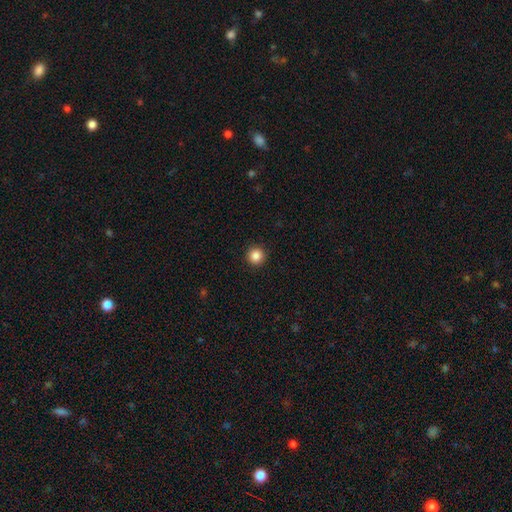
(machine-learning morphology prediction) Overall: smooth (86%). How rounded: round (96%). Merging: none (93%).